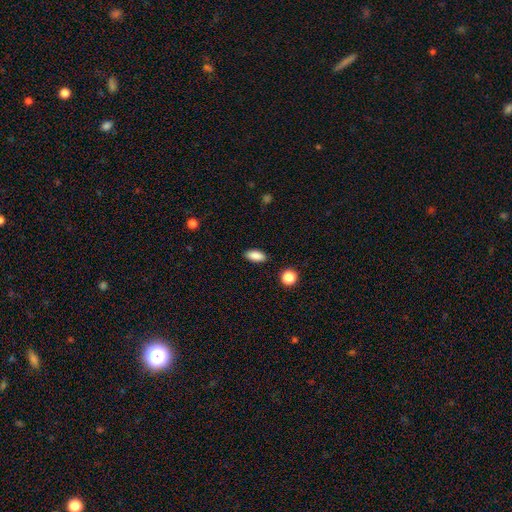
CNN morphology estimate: Q: Smooth or featured?
A: smooth (88%); runner-up: star or artifact (8%)
Q: How rounded?
A: in between (88%); runner-up: cigar-shaped (8%)
Q: Merging?
A: none (89%); runner-up: minor disturbance (8%)